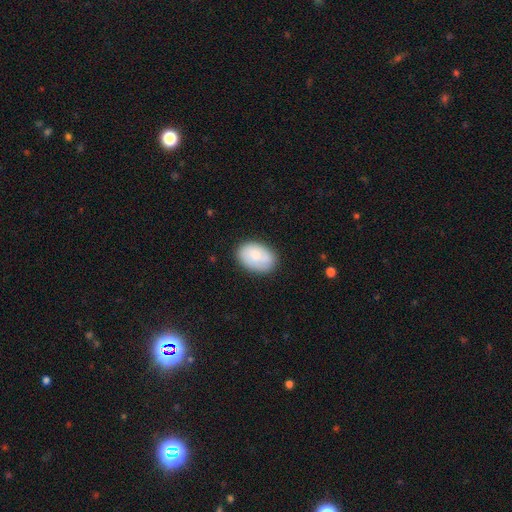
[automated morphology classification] Smooth or featured? smooth (79%)
How rounded? in between (86%)
Merging? none (79%)